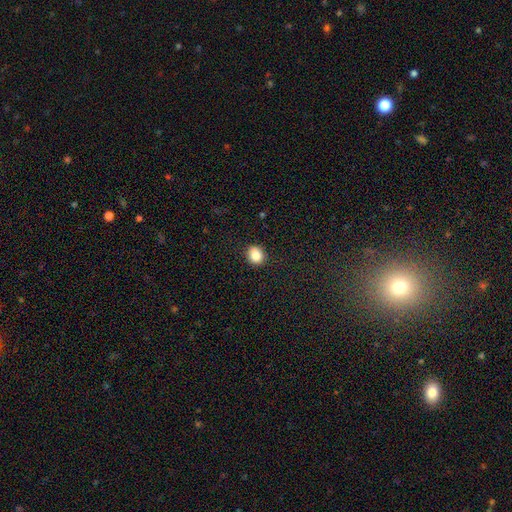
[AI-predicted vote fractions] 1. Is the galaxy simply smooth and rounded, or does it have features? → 86% smooth, 9% star or artifact, 5% featured or disk.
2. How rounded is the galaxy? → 64% round, 35% in between, 1% cigar-shaped.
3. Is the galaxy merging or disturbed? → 87% none, 9% minor disturbance, 2% major disturbance, 1% merger.